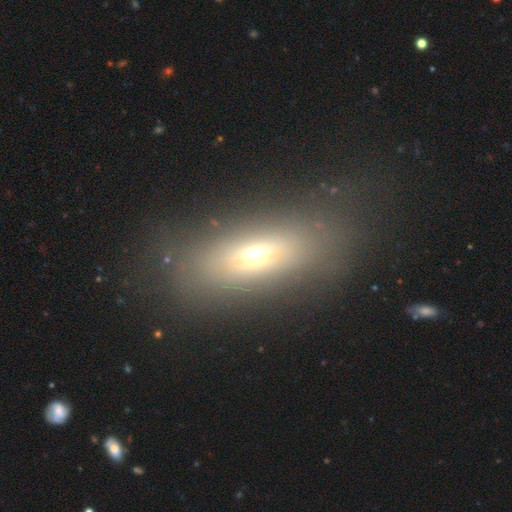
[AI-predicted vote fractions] Morphology: type=smooth (55%); roundness=in between (64%); merging=none (73%).